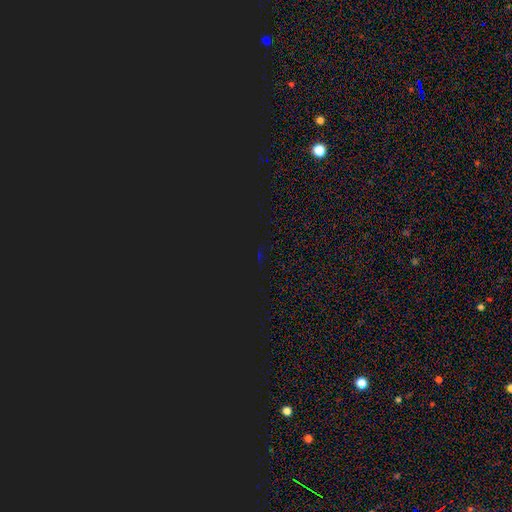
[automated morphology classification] Smooth or featured? Predicted: star or artifact (p=0.82).